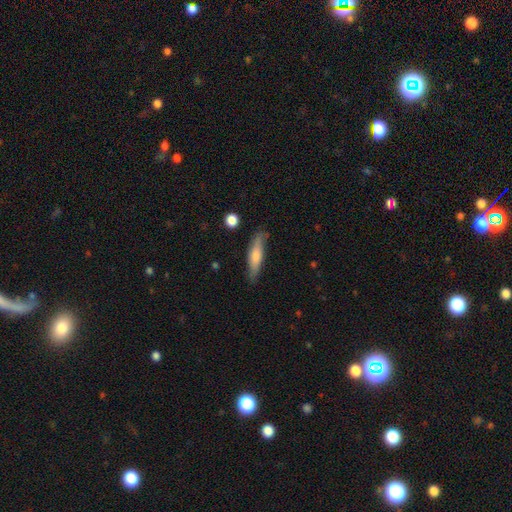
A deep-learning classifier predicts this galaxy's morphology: A smooth galaxy with no disk features (60%) that is cigar-shaped (79%). Merging: none (78%).